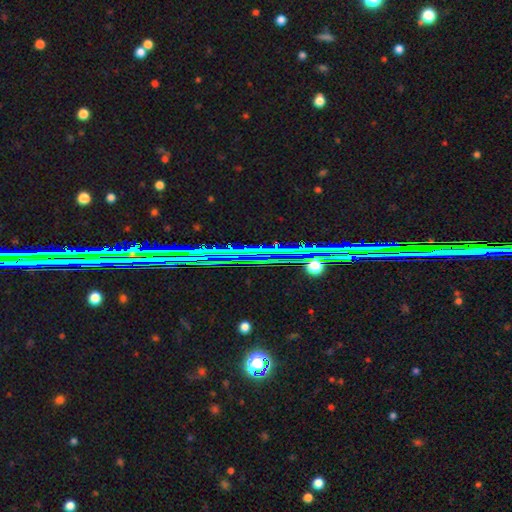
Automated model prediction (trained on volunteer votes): This appears to be a star or artifact, not a galaxy (61%).